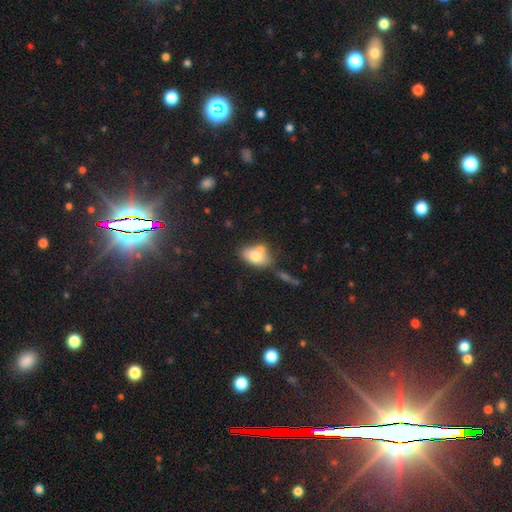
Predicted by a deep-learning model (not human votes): smooth 74%, featured or disk 17%, star or artifact 8%. Down the decision tree: how rounded — in between (85%); merging — none (46%).